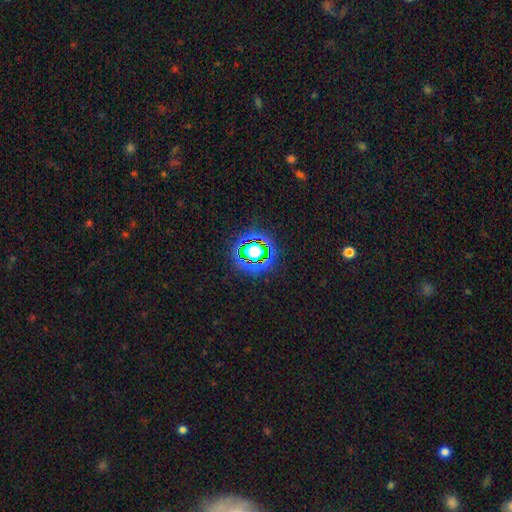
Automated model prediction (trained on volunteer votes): Overall: star or artifact (77%).